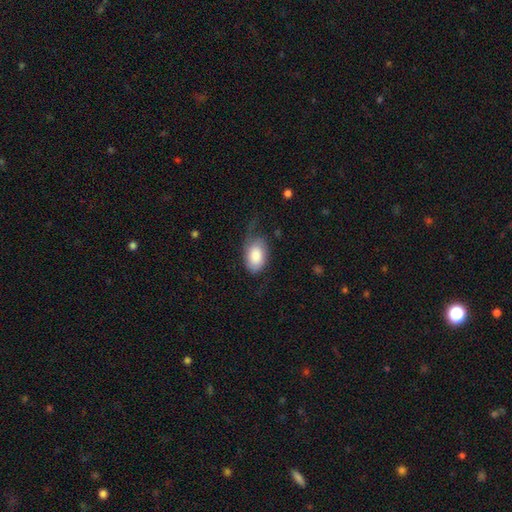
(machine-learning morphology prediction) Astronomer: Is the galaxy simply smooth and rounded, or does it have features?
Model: smooth — 75%.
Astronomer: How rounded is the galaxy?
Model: in between — 91%.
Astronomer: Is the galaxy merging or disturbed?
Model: none — 43% (runner-up: minor disturbance, 30%).